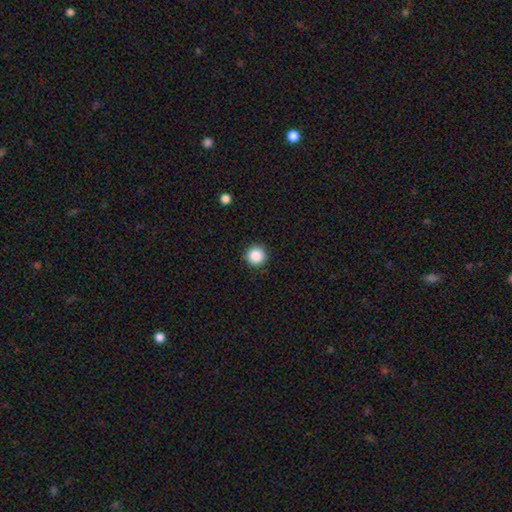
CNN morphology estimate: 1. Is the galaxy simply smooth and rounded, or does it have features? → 88% smooth, 9% star or artifact, 3% featured or disk.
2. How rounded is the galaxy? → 96% round, 3% in between, 1% cigar-shaped.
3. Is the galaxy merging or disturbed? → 92% none, 5% minor disturbance, 2% major disturbance, 1% merger.